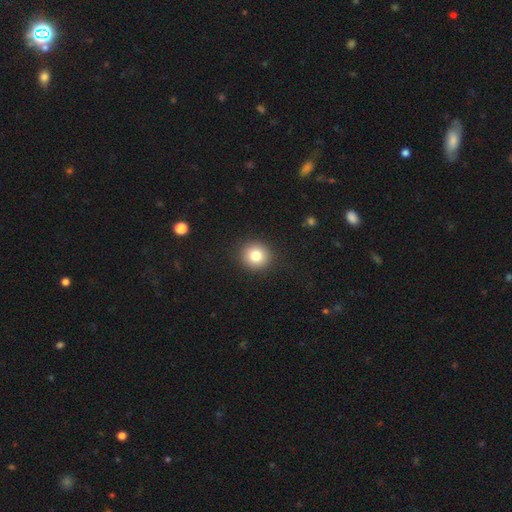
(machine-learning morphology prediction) Smooth or featured: smooth — 81% (star or artifact — 11%)
How rounded: round — 91% (in between — 8%)
Merging: none — 91% (minor disturbance — 6%)